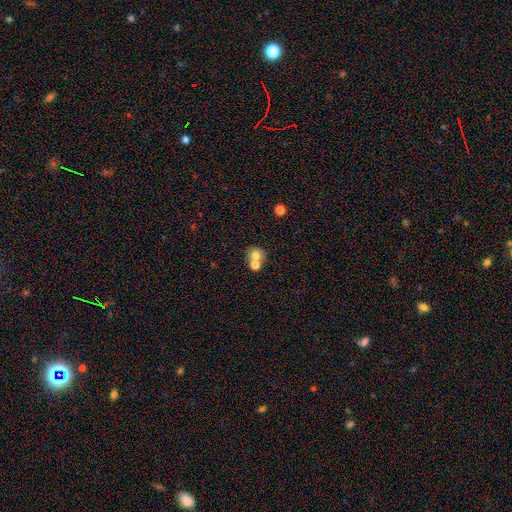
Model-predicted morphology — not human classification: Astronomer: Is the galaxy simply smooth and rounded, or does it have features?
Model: smooth — 70%.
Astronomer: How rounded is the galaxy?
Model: round — 82%.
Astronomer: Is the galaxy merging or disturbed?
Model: merger — 46% (runner-up: none, 44%).